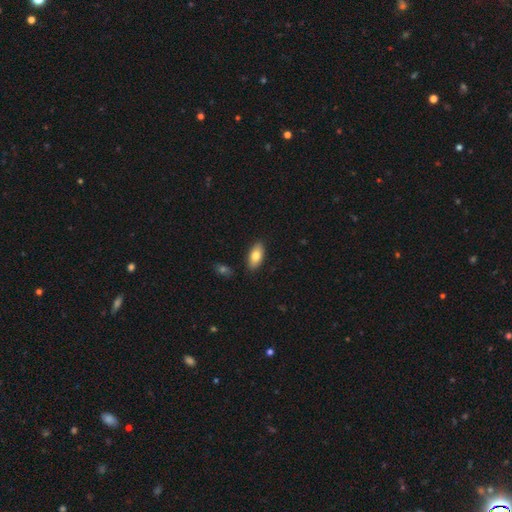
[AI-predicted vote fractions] Q: Smooth or featured?
A: smooth (79%); runner-up: featured or disk (14%)
Q: How rounded?
A: in between (91%); runner-up: cigar-shaped (6%)
Q: Merging?
A: none (87%); runner-up: minor disturbance (9%)